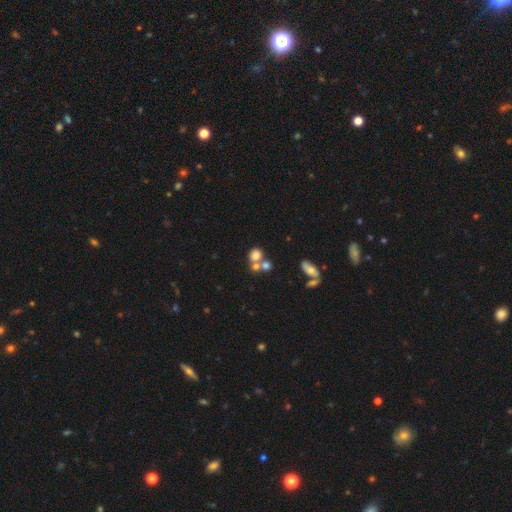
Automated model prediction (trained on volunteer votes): This is likely a smooth galaxy (72%). How rounded: likely round (71%). Merging: possibly merger (50%).